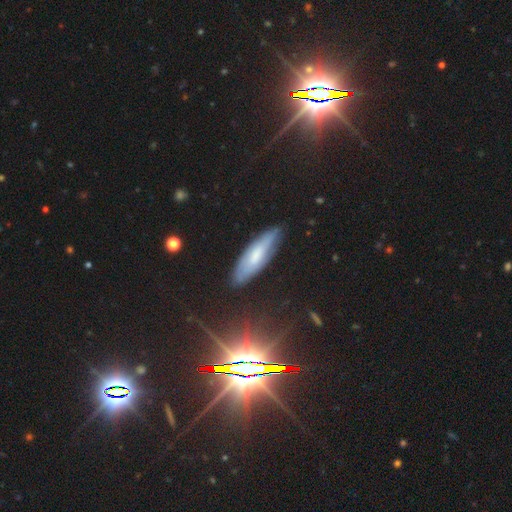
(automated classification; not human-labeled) A smooth galaxy with no disk features (50%) that is cigar-shaped (57%). Merging: none (79%).